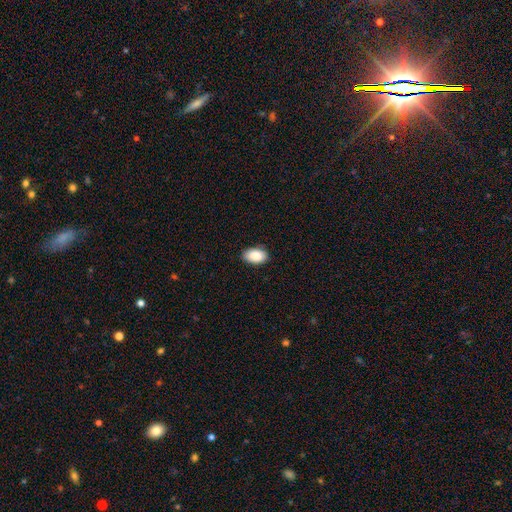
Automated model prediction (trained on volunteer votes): This is clearly a smooth galaxy (89%). How rounded: clearly in between (92%). Merging: clearly none (87%).